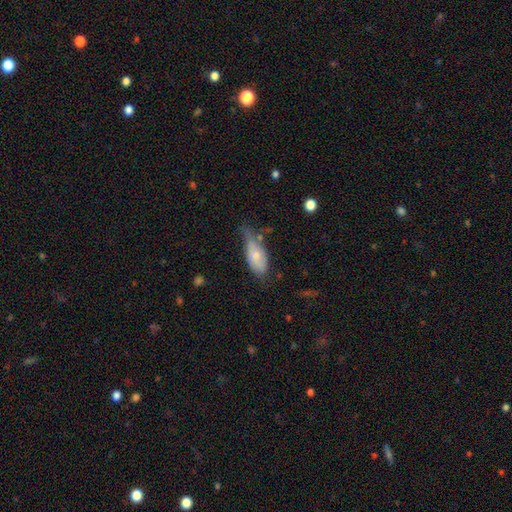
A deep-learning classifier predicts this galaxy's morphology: The model was most divided on "merging": minor disturbance: 44%, none: 30%, major disturbance: 20%, merger: 6%. More confident: how rounded — in between (86%); smooth or featured — smooth (68%).